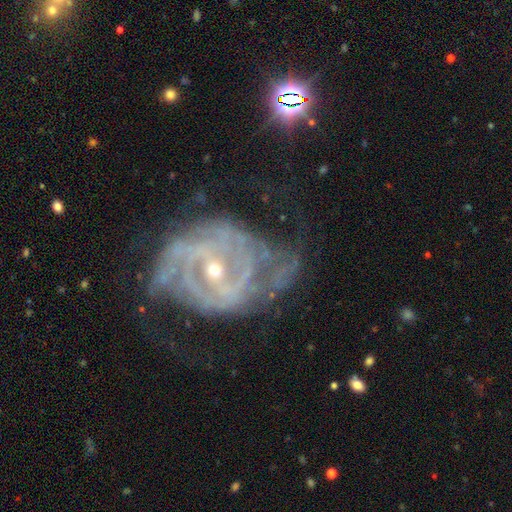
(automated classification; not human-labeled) Morphology: type=featured or disk (86%); edge-on=no (96%); bar=weak (40%); spiral arms=yes (91%); winding=tight (53%); arm count=2 (33%, tied with can't tell); bulge=small (63%); merging=none (49%).